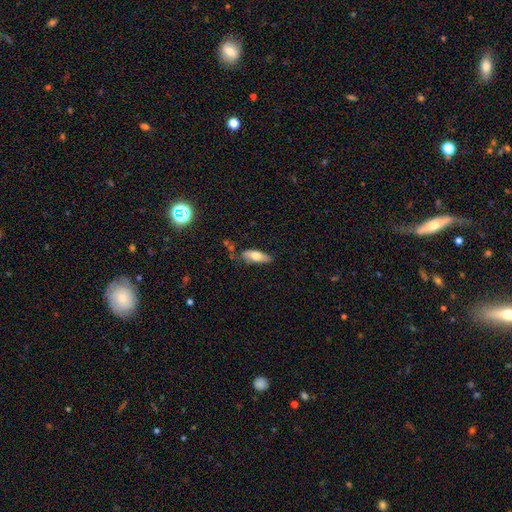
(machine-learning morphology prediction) Smooth or featured: smooth — 63% (featured or disk — 30%)
How rounded: in between — 61% (cigar-shaped — 36%)
Merging: none — 68% (minor disturbance — 22%)